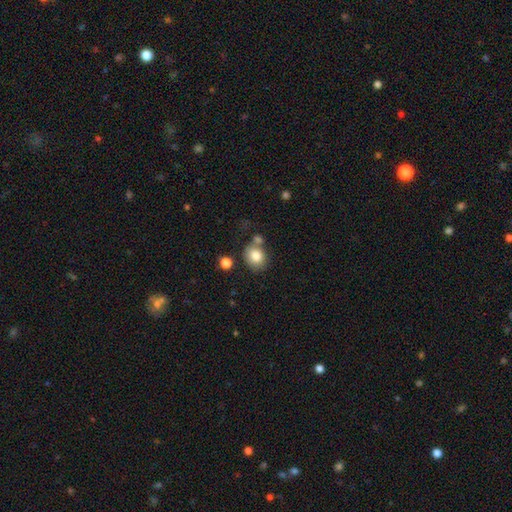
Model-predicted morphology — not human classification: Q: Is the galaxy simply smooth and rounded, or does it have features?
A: smooth — 81%.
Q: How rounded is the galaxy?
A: round — 60%.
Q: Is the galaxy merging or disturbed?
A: none — 59%.